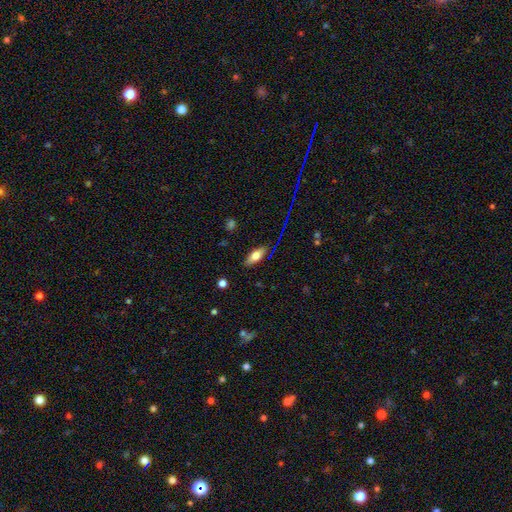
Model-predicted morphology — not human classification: Smooth or featured?
  - smooth: 69% *
  - featured or disk: 23%
  - star or artifact: 8%
How rounded?
  - in between: 79% *
  - cigar-shaped: 18%
  - round: 3%
Merging?
  - none: 84% *
  - minor disturbance: 12%
  - major disturbance: 3%
  - merger: 2%